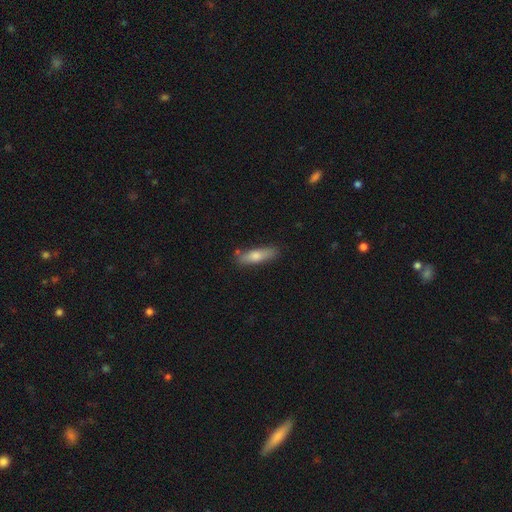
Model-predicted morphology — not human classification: Overall: smooth (69%). How rounded: cigar-shaped (66%; in between 32%). Merging: none (80%).